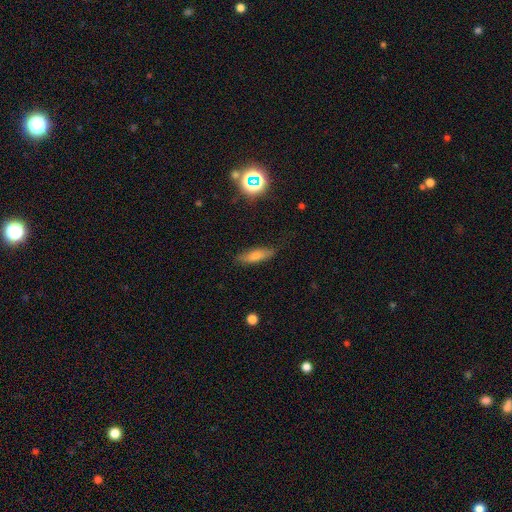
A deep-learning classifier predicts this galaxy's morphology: Smooth or featured: smooth — 74% (featured or disk — 17%)
How rounded: cigar-shaped — 57% (in between — 40%)
Merging: none — 81% (minor disturbance — 14%)